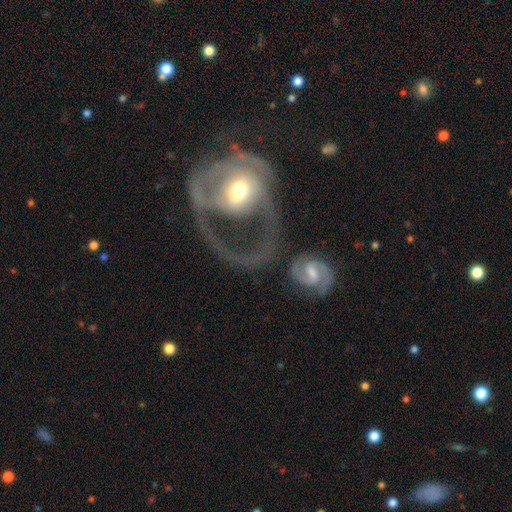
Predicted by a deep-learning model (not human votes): Smooth or featured?
  - featured or disk: 69% *
  - smooth: 22%
  - star or artifact: 9%
Edge-on disk?
  - no: 95% *
  - yes: 5%
Bar?
  - no: 56% *
  - weak: 30%
  - strong: 14%
Spiral arms?
  - yes: 57% *
  - no: 43%
Bulge size?
  - moderate: 64% *
  - small: 22%
  - large: 10%
  - none: 3%
  - dominant: 2%
Merging?
  - major disturbance: 46% *
  - merger: 24%
  - none: 19%
  - minor disturbance: 11%